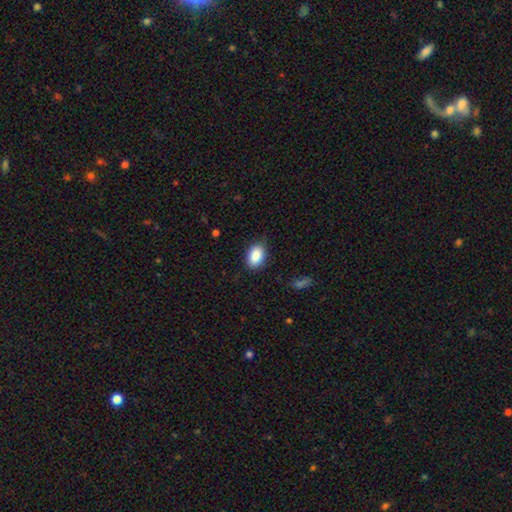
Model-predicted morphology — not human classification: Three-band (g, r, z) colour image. It shows a smooth galaxy with no disk features (88%) that is in between round and cigar-shaped (87%). Merging: none (84%).